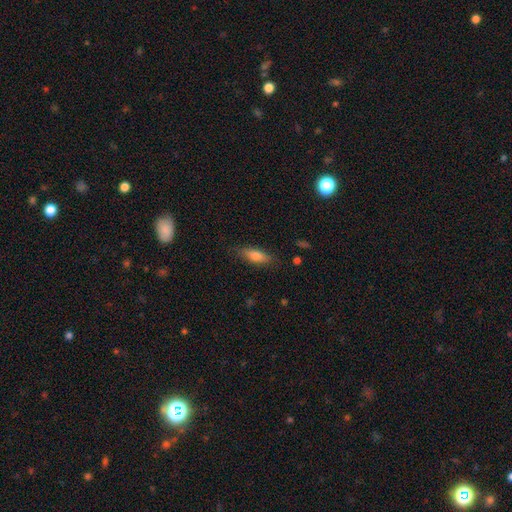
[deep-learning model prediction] Smooth or featured? smooth (73%)
How rounded? in between (58%)
Merging? none (83%)